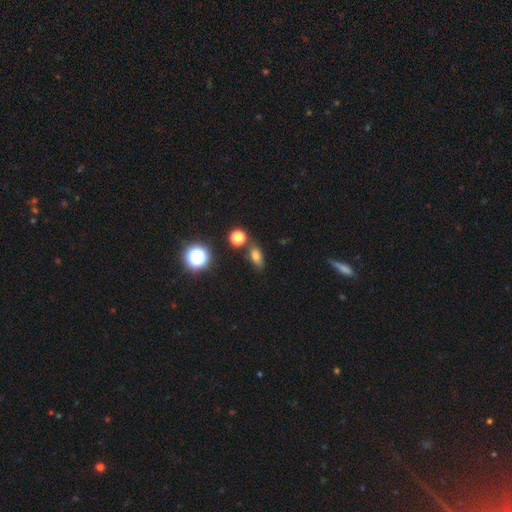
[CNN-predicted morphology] smooth_or_featured: smooth (p=0.72) [alt: star or artifact p=0.18]
how_rounded: in between (p=0.74) [alt: round p=0.19]
merging: none (p=0.74) [alt: minor disturbance p=0.13]